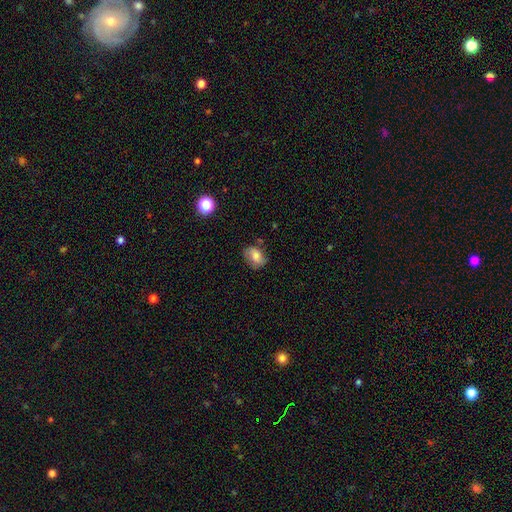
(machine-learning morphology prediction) Smooth or featured?
  - smooth: 65% *
  - featured or disk: 25%
  - star or artifact: 10%
How rounded?
  - in between: 67% *
  - round: 32%
  - cigar-shaped: 1%
Merging?
  - none: 68% *
  - minor disturbance: 23%
  - major disturbance: 6%
  - merger: 2%